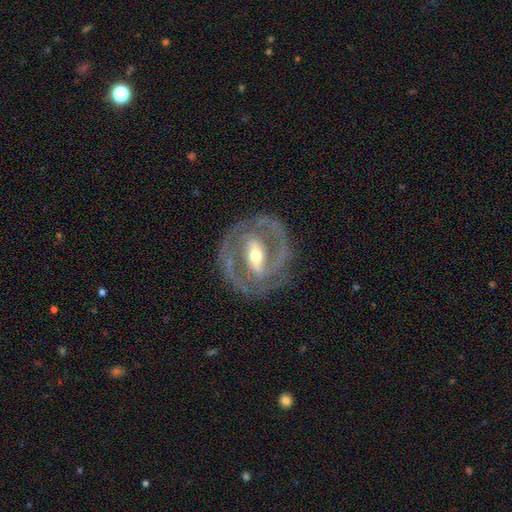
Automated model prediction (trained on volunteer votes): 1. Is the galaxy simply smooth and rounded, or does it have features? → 87% featured or disk, 8% smooth, 5% star or artifact.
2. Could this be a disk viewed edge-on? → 95% no, 5% yes.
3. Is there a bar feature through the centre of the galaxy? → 59% strong, 29% weak, 12% no.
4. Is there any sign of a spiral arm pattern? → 90% yes, 10% no.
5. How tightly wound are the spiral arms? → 49% tight, 41% medium, 10% loose.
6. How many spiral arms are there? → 79% 2, 8% can't tell, 6% 3, 3% 1, 2% 4, 2% more than 4.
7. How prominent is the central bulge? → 61% moderate, 31% small, 6% large, 1% dominant, 1% none.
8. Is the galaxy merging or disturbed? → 79% none, 13% minor disturbance, 7% major disturbance, 1% merger.